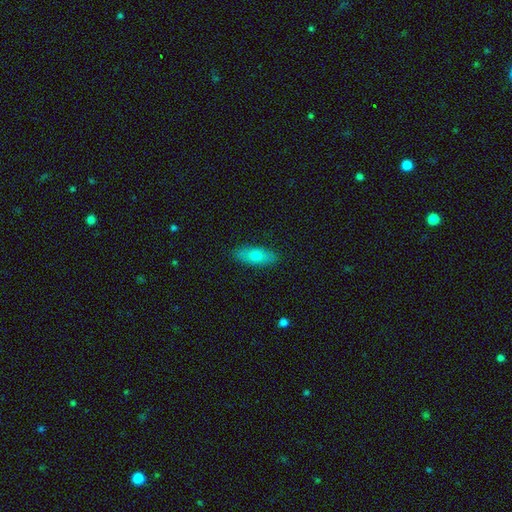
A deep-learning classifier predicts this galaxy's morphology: A smooth galaxy with no disk features (71%) that is in between round and cigar-shaped (76%). Merging: none (89%).